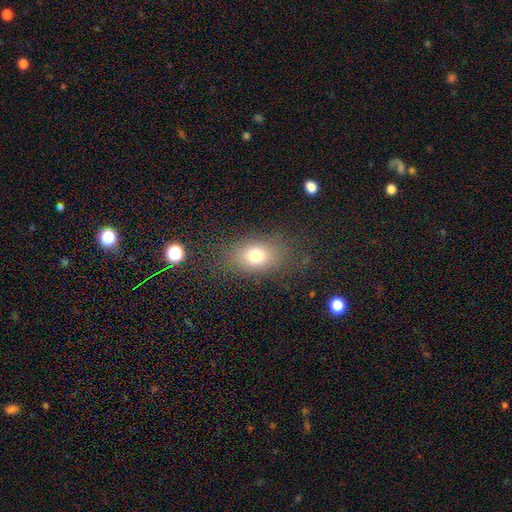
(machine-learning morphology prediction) Q: Smooth or featured?
A: smooth (75%); runner-up: star or artifact (13%)
Q: How rounded?
A: in between (75%); runner-up: round (23%)
Q: Merging?
A: none (79%); runner-up: minor disturbance (13%)